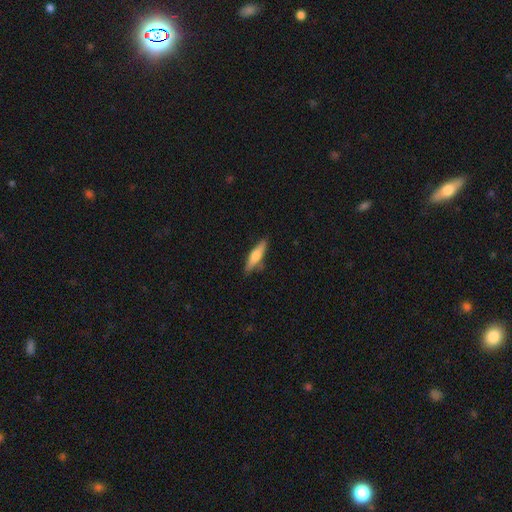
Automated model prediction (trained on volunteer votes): A smooth galaxy with no disk features (59%) that is cigar-shaped (74%). Merging: none (80%).